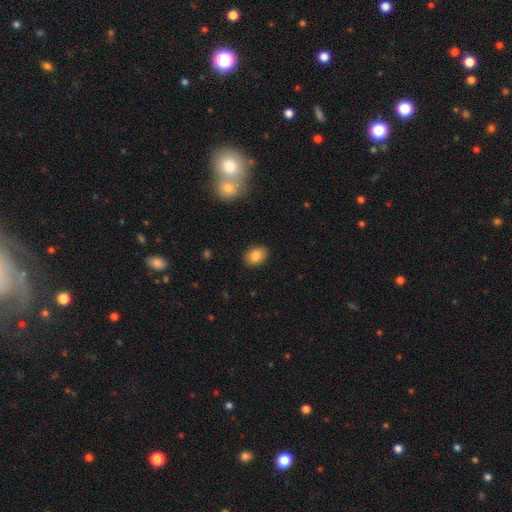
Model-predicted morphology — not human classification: Smooth or featured?
  - smooth: 85% *
  - star or artifact: 8%
  - featured or disk: 6%
How rounded?
  - in between: 71% *
  - round: 28%
  - cigar-shaped: 1%
Merging?
  - none: 88% *
  - minor disturbance: 8%
  - major disturbance: 2%
  - merger: 1%